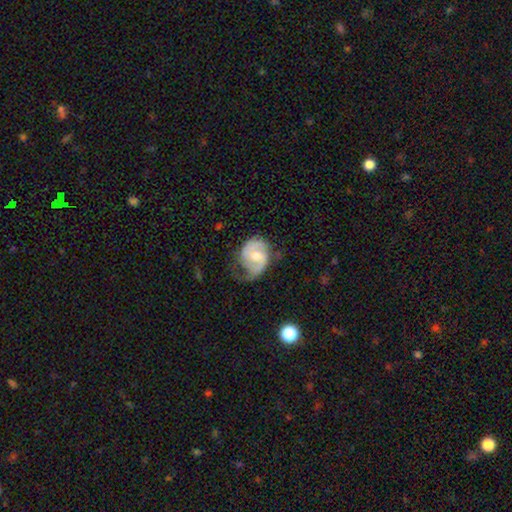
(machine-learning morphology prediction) type=featured or disk (74%); edge-on=no (98%); bar=no (49%); spiral arms=yes (91%); winding=medium (47%); arm count=2 (74%); bulge=moderate (62%); merging=none (44%).